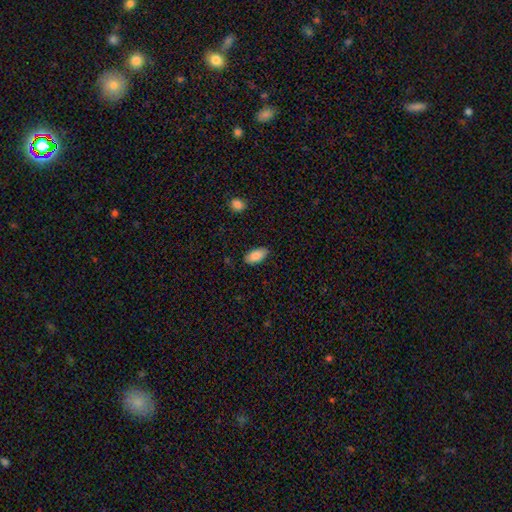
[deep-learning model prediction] A smooth galaxy with no disk features (88%) that is in between round and cigar-shaped (94%).

Vote fractions:
- Smooth or featured? smooth: 88% / star or artifact: 7% / featured or disk: 6%
- How rounded? in between: 94% / cigar-shaped: 4% / round: 3%
- Merging? none: 83% / minor disturbance: 13% / major disturbance: 3% / merger: 1%